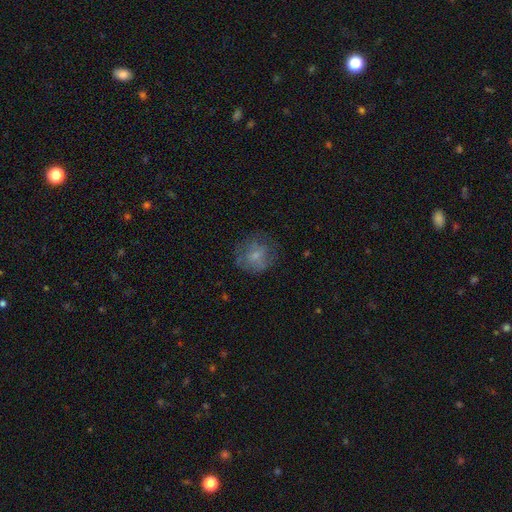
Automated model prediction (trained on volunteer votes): This appears to be a smooth galaxy with no disk features (60%) that is round (79%). Merging: none (64%).